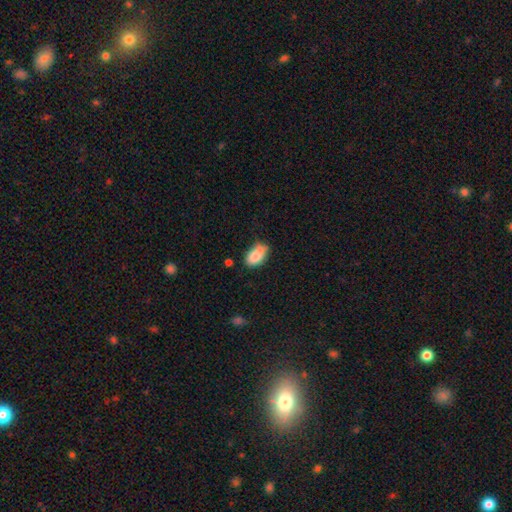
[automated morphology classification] Smooth or featured? Predicted: smooth (p=0.81). How rounded? Predicted: in between (p=0.90). Merging? Predicted: none (p=0.50).